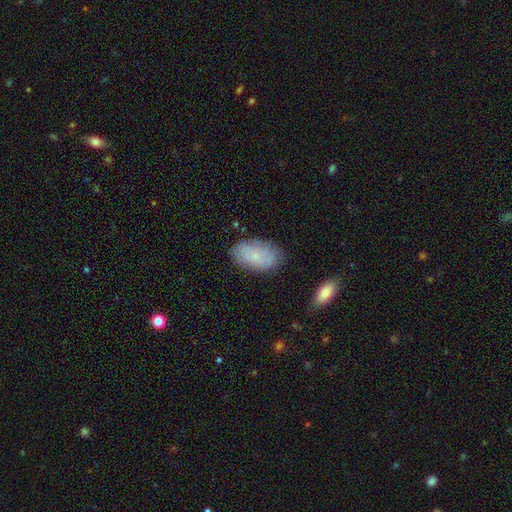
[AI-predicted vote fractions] smooth 68%, featured or disk 24%, star or artifact 8%. Down the decision tree: how rounded — in between (93%); merging — none (76%).